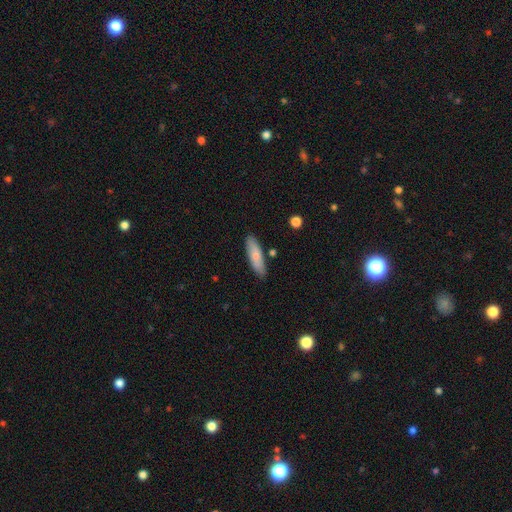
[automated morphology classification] Q: Smooth or featured?
A: smooth (74%); runner-up: featured or disk (20%)
Q: How rounded?
A: cigar-shaped (60%); runner-up: in between (38%)
Q: Merging?
A: none (85%); runner-up: minor disturbance (10%)